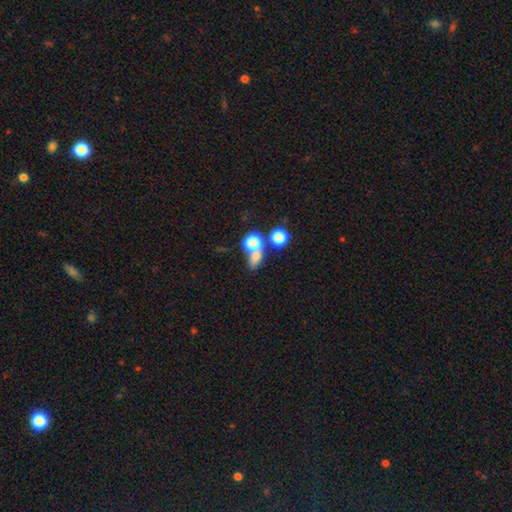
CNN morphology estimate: A smooth galaxy with no disk features (71%) that is round (49%). Merging: merger (51%).